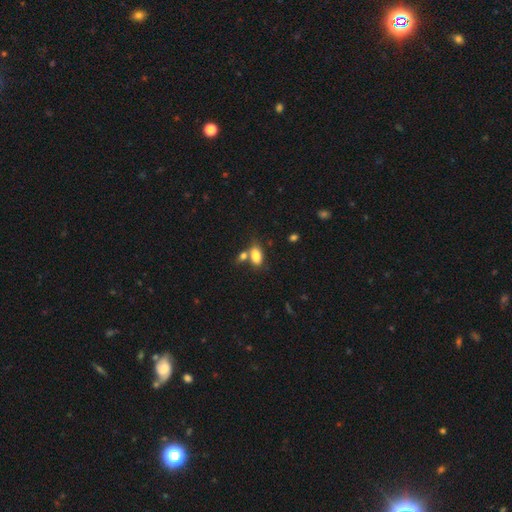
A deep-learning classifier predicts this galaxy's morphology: The model was most divided on "merging": none: 54%, merger: 30%, minor disturbance: 12%, major disturbance: 4%. More confident: how rounded — in between (89%); smooth or featured — smooth (83%).